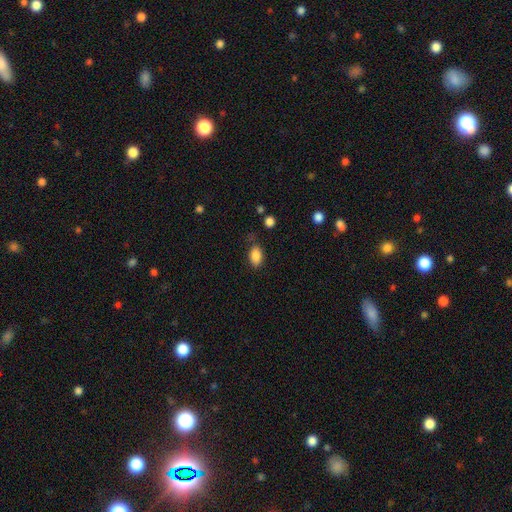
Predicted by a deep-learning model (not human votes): A smooth galaxy with no disk features (87%) that is in between round and cigar-shaped (90%).

Vote fractions:
- Smooth or featured? smooth: 87% / star or artifact: 8% / featured or disk: 5%
- How rounded? in between: 90% / round: 8% / cigar-shaped: 2%
- Merging? none: 73% / minor disturbance: 19% / major disturbance: 6% / merger: 3%